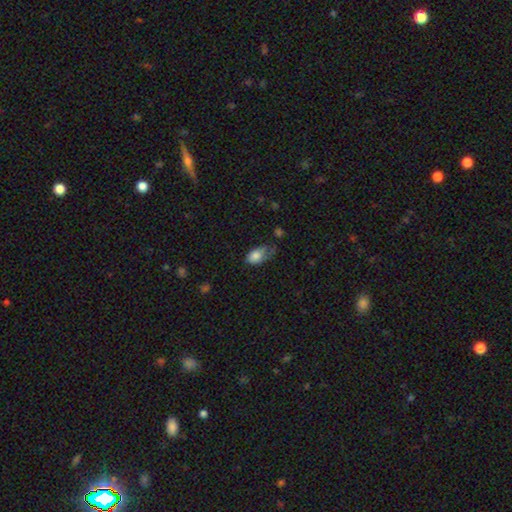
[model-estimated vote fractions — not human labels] smooth-or-featured: smooth: 77% | featured or disk: 15% | star or artifact: 8%
  how-rounded: in between: 90% | round: 8% | cigar-shaped: 2%
  merging: minor disturbance: 38% | major disturbance: 31% | none: 28% | merger: 4%